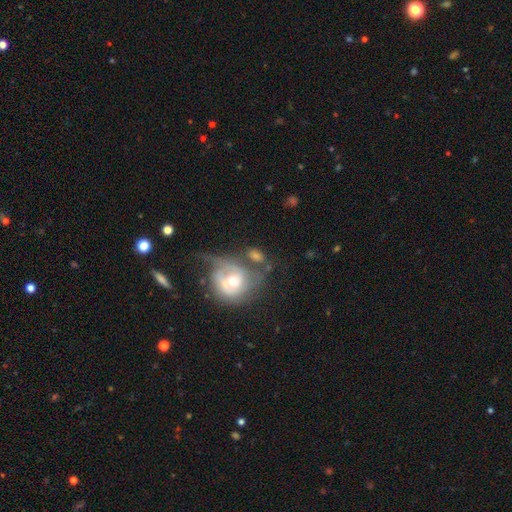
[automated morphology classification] Smooth or featured?
  - featured or disk: 49% *
  - smooth: 41%
  - star or artifact: 10%
Merging?
  - none: 28% *
  - major disturbance: 27%
  - merger: 27%
  - minor disturbance: 17%